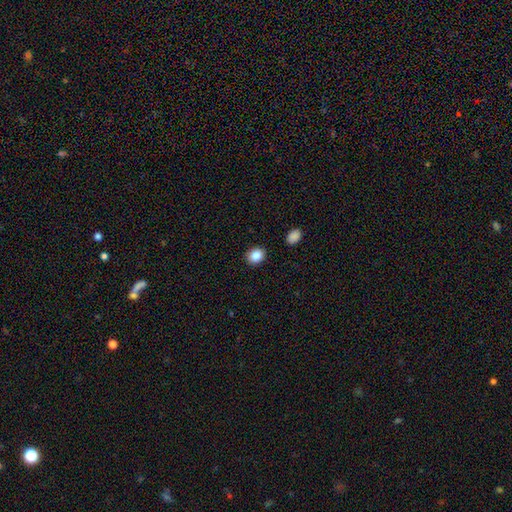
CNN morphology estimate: Smooth or featured: smooth — 87% (star or artifact — 9%)
How rounded: round — 58% (in between — 41%)
Merging: none — 89% (minor disturbance — 7%)